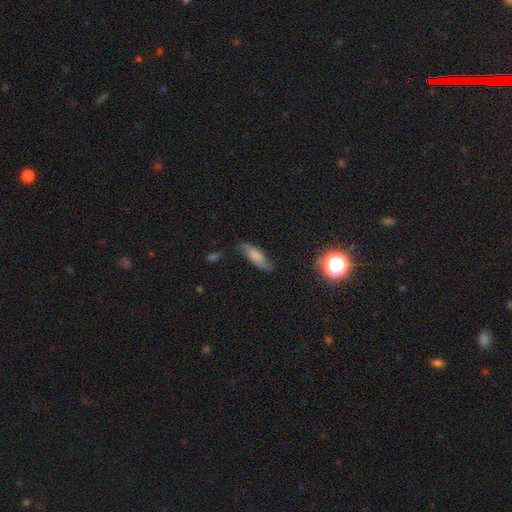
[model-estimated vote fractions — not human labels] smooth-or-featured: smooth: 52% | featured or disk: 38% | star or artifact: 10%
  how-rounded: in between: 55% | cigar-shaped: 42% | round: 3%
  merging: none: 66% | minor disturbance: 24% | major disturbance: 7% | merger: 2%